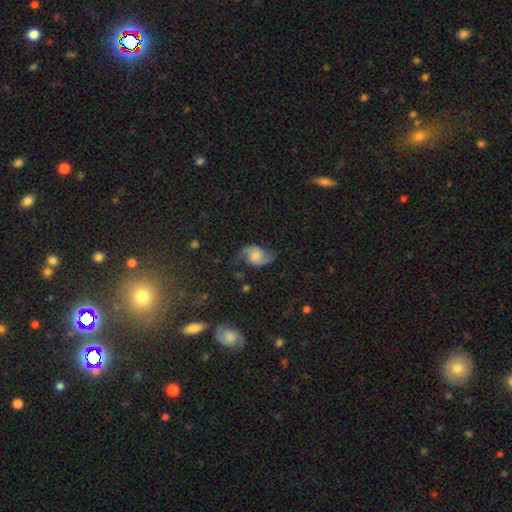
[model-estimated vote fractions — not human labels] Smooth or featured: featured or disk — 77% (smooth — 14%)
Edge-on disk: no — 97% (yes — 3%)
Bar: no — 61% (weak — 32%)
Spiral arms: yes — 96% (no — 4%)
Spiral winding: loose — 59% (medium — 32%)
Spiral arm count: 2 — 92% (can't tell — 3%)
Bulge size: moderate — 35% (small — 31%)
Merging: none — 70% (minor disturbance — 18%)